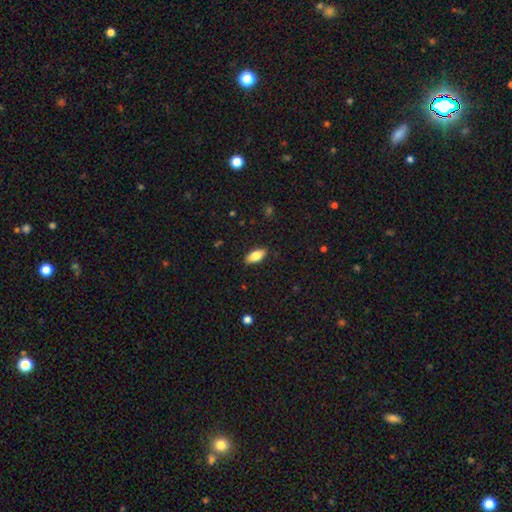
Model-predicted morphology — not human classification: This is likely a smooth galaxy (80%). How rounded: clearly in between (89%). Merging: clearly none (88%).